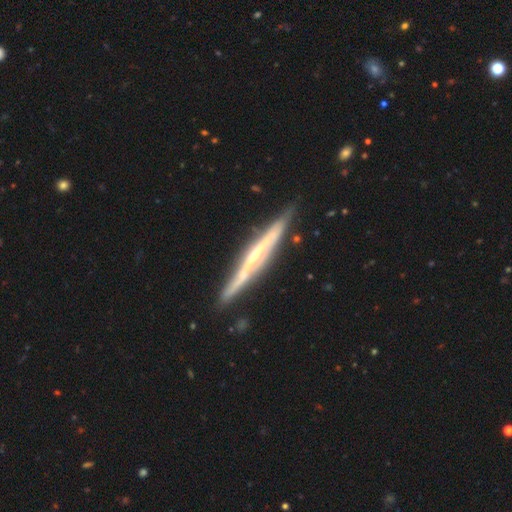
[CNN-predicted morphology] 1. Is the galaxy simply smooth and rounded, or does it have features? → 82% featured or disk, 13% smooth, 5% star or artifact.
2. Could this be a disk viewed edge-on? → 96% yes, 4% no.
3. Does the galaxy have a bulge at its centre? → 61% rounded, 31% none, 8% boxy.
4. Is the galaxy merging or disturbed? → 85% none, 11% minor disturbance, 2% major disturbance, 2% merger.